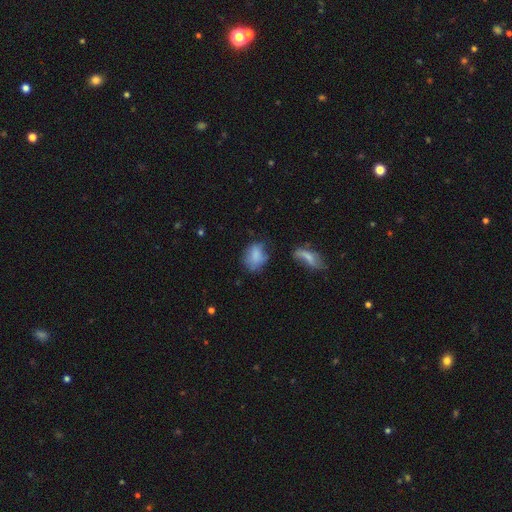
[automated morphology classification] Overall: smooth (75%). How rounded: in between (69%). Merging: none (45%; minor disturbance 30%).